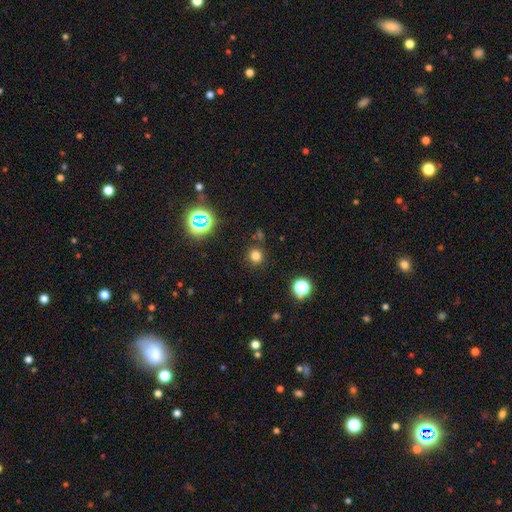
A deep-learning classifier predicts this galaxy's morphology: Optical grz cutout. It shows a smooth galaxy with no disk features (74%) that is round (91%). Merging: none (86%).